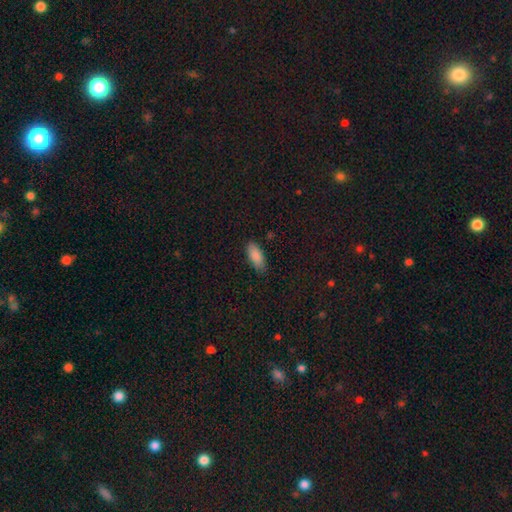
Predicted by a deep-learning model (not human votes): Morphology: type=smooth (88%); roundness=in between (85%); merging=none (85%).